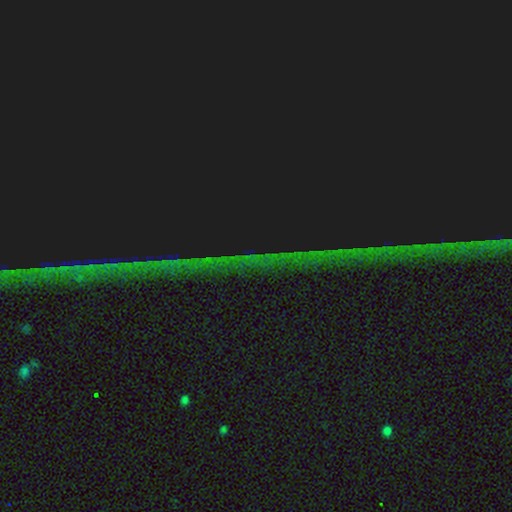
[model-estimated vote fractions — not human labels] smooth_or_featured: star or artifact (p=0.84) [alt: featured or disk p=0.09]